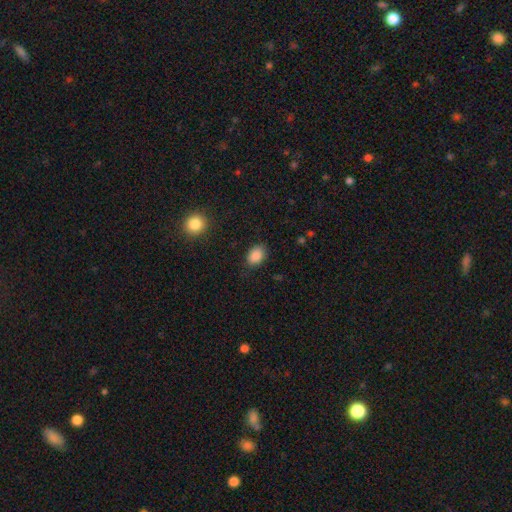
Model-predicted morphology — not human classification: A smooth galaxy with no disk features (87%) that is in between round and cigar-shaped (78%). Merging: none (84%).